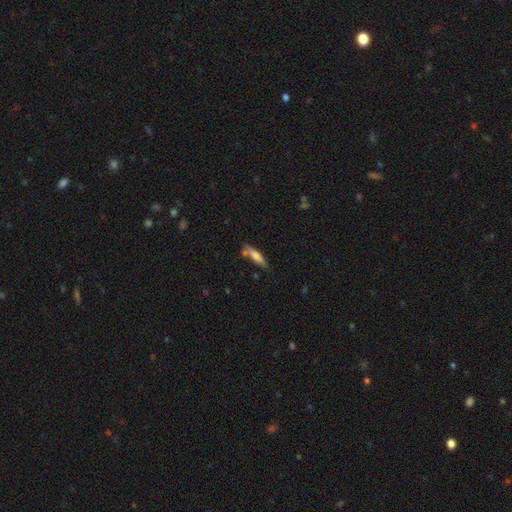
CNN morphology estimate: type=smooth (63%); roundness=cigar-shaped (72%); merging=none (65%).